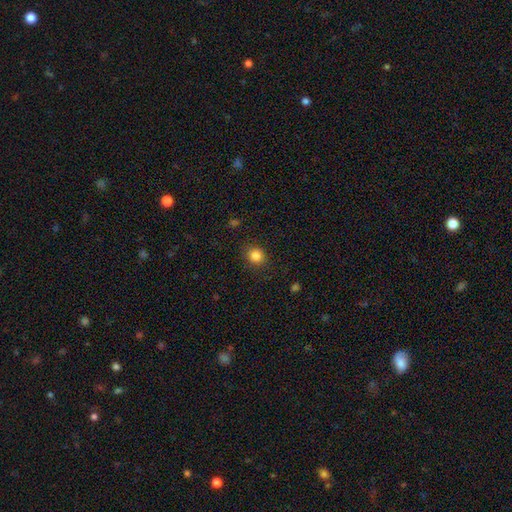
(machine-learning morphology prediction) Smooth or featured? smooth (84%)
How rounded? round (84%)
Merging? none (87%)